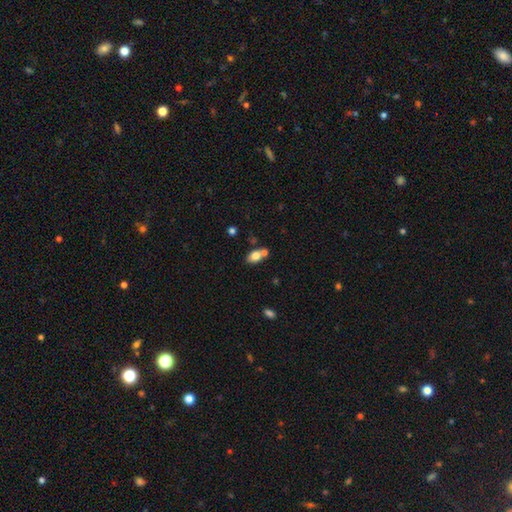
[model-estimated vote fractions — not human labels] Morphology: type=smooth (79%); roundness=in between (82%); merging=none (50%).